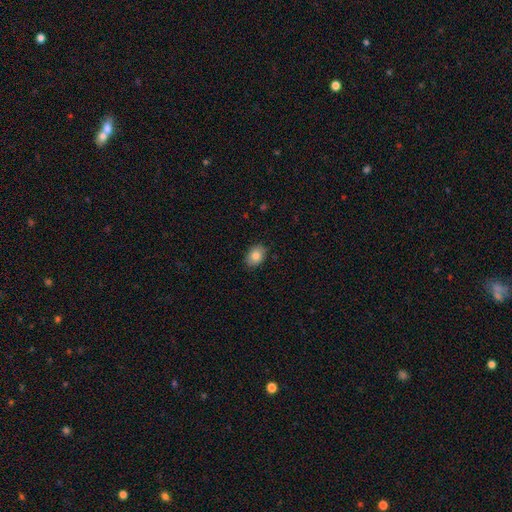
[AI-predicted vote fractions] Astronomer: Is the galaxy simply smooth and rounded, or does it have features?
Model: smooth — 83%.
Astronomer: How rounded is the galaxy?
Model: in between — 71%.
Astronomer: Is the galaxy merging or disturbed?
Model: none — 85%.